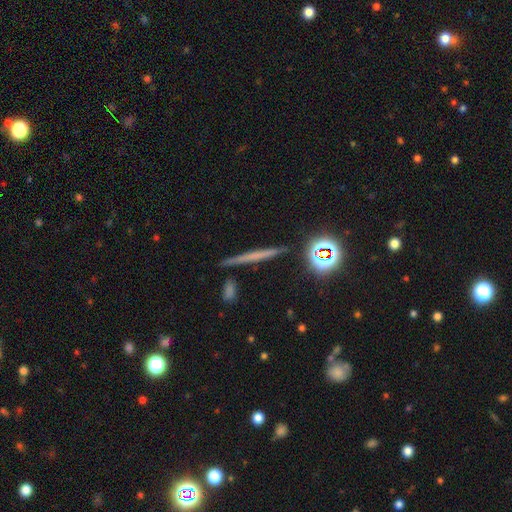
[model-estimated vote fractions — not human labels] The model was most divided on "smooth or featured": featured or disk: 42%, smooth: 40%, star or artifact: 18%. More confident: merging — none (85%).